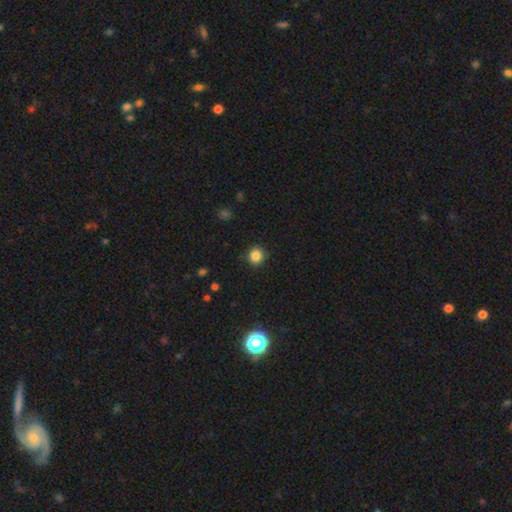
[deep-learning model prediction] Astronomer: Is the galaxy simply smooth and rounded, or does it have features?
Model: smooth — 85%.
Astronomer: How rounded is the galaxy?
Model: round — 90%.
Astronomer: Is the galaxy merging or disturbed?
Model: none — 90%.